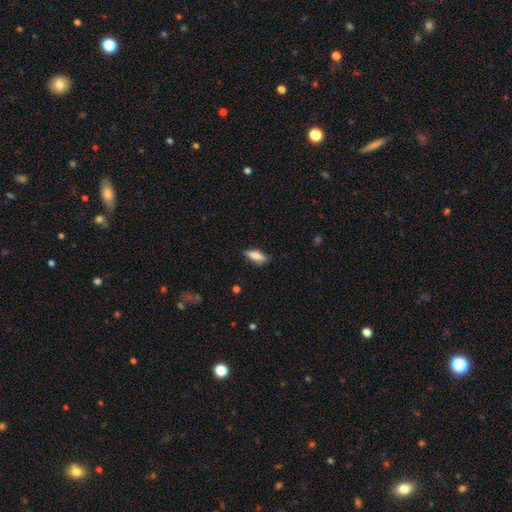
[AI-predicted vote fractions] Overall: smooth (72%). How rounded: in between (58%; cigar-shaped 40%). Merging: none (80%).